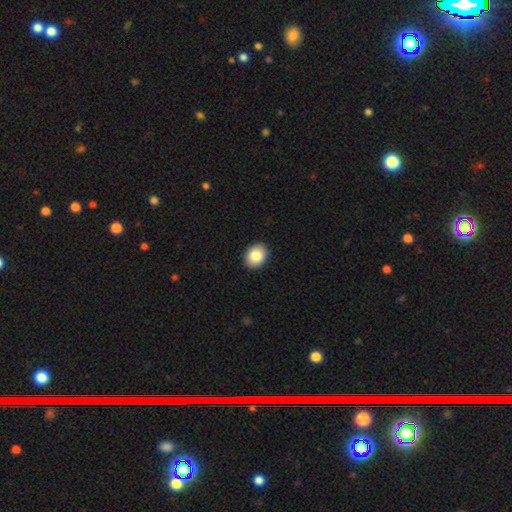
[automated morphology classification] smooth 84%, star or artifact 8%, featured or disk 8%. Down the decision tree: how rounded — in between (50%); merging — none (92%).